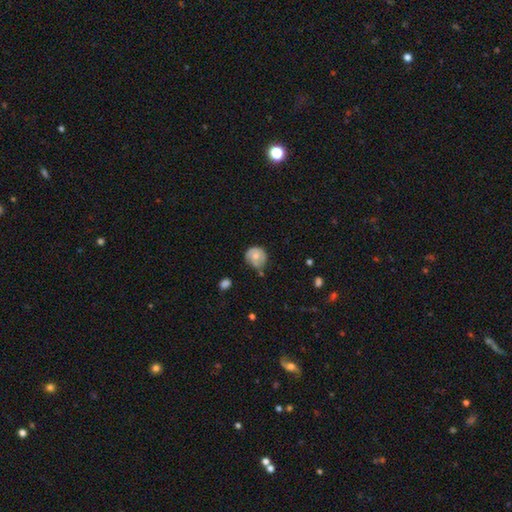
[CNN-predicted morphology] smooth 55%, featured or disk 38%, star or artifact 7%. Down the decision tree: how rounded — round (79%); merging — none (51%).